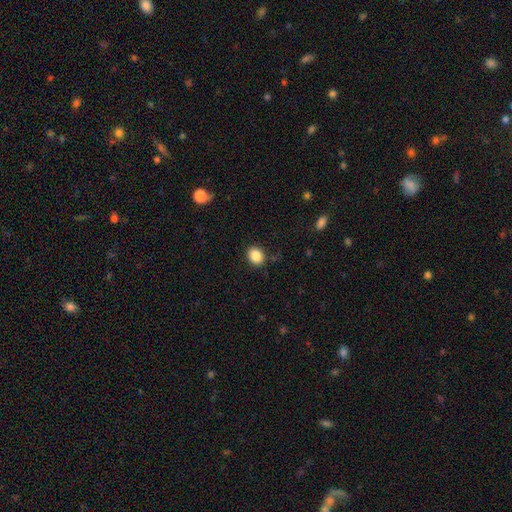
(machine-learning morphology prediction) Smooth or featured?
  - smooth: 88% *
  - star or artifact: 9%
  - featured or disk: 3%
How rounded?
  - round: 50% *
  - in between: 49%
  - cigar-shaped: 1%
Merging?
  - none: 86% *
  - minor disturbance: 9%
  - major disturbance: 3%
  - merger: 2%